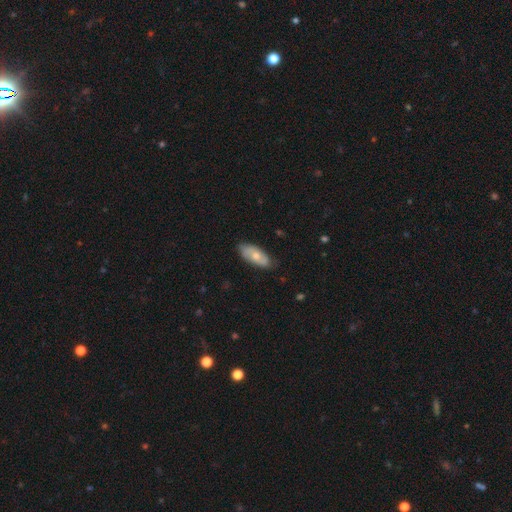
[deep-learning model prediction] Q: Smooth or featured?
A: smooth (60%); runner-up: featured or disk (35%)
Q: How rounded?
A: in between (87%); runner-up: cigar-shaped (10%)
Q: Merging?
A: none (79%); runner-up: minor disturbance (17%)